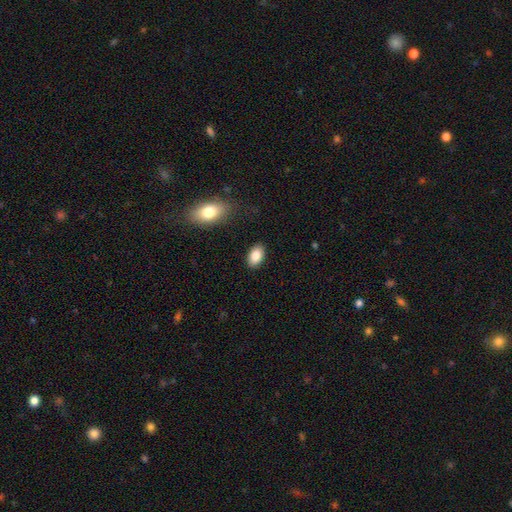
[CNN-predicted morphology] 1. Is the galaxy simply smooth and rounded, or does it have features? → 85% smooth, 7% star or artifact, 7% featured or disk.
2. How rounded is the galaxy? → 93% in between, 5% round, 2% cigar-shaped.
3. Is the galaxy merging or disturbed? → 88% none, 8% minor disturbance, 2% major disturbance, 1% merger.